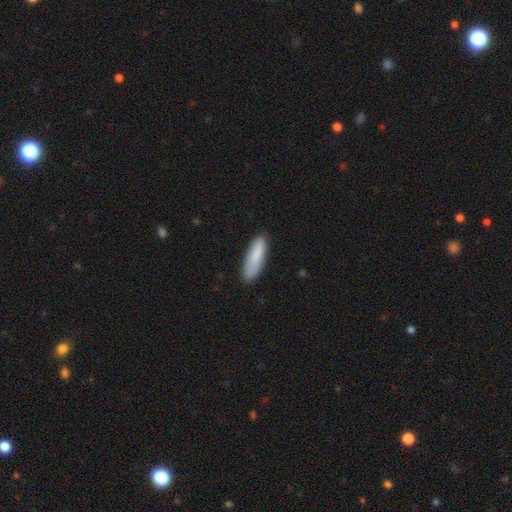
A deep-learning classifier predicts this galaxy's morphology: Smooth or featured? smooth (85%)
How rounded? cigar-shaped (57%)
Merging? none (80%)